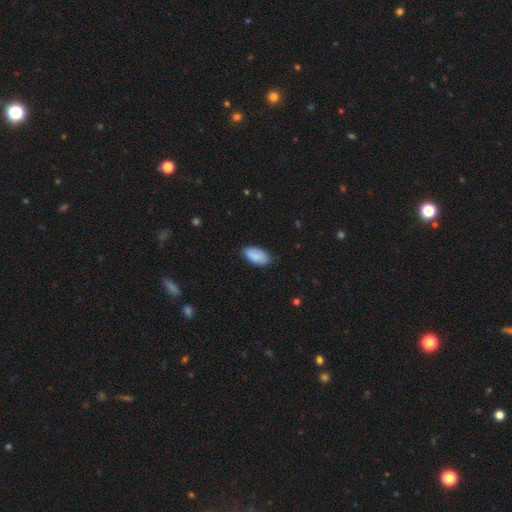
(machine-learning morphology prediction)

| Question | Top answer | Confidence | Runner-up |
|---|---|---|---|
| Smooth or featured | smooth | 88% | star or artifact (6%) |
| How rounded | in between | 95% | cigar-shaped (3%) |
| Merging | none | 83% | minor disturbance (14%) |